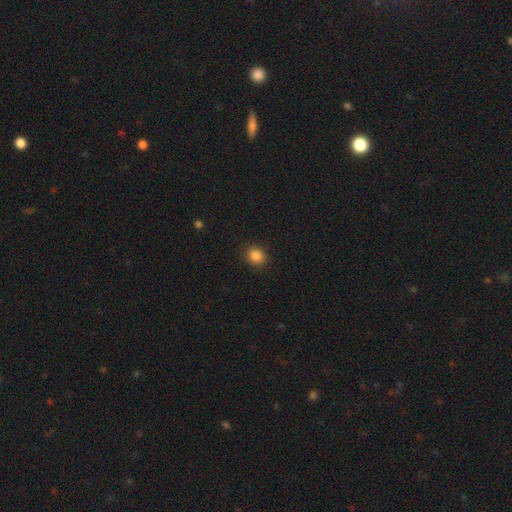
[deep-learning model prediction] The model was most divided on "how rounded": round: 68%, in between: 31%, cigar-shaped: 1%. More confident: merging — none (89%); smooth or featured — smooth (85%).